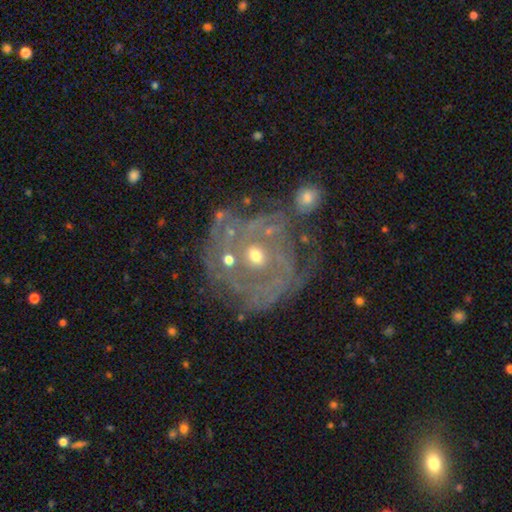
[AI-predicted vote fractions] Overall: featured or disk (73%). Edge-on disk: no (97%). Bar: no (83%). Spiral arms: yes (66%; no 34%). Bulge size: small (55%; moderate 38%). Merging: none (45%; major disturbance 22%).